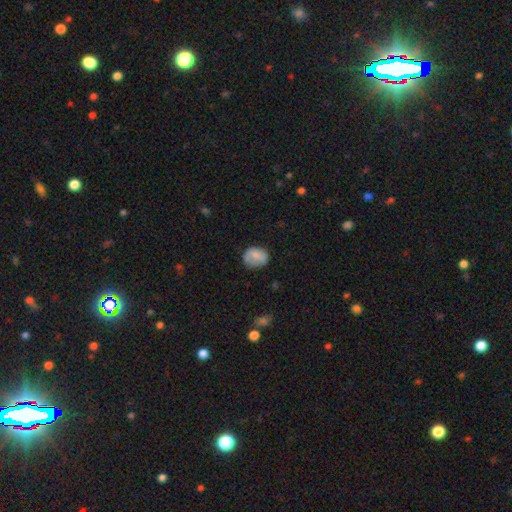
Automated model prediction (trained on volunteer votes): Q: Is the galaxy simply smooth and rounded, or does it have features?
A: smooth — 75%.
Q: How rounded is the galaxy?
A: round — 51%.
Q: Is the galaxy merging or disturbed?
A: none — 66%.